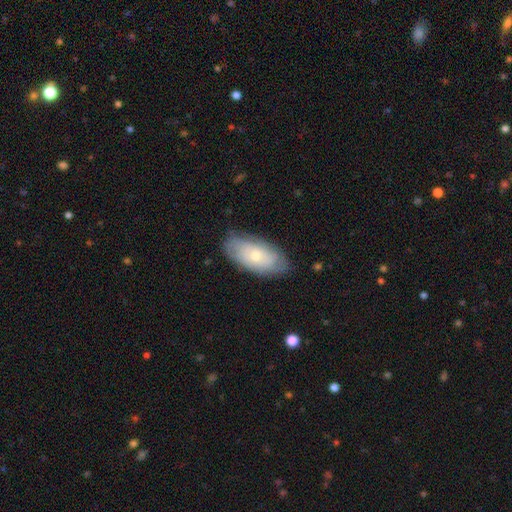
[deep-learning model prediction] Overall: smooth (49%; featured or disk 44%). Merging: none (78%).